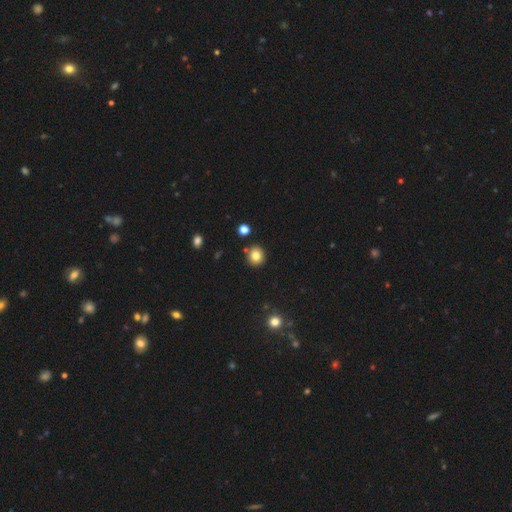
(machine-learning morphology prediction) Overall: smooth (82%). How rounded: round (84%). Merging: none (86%).